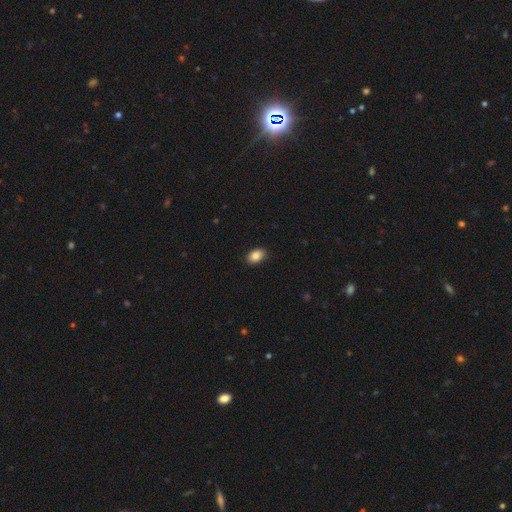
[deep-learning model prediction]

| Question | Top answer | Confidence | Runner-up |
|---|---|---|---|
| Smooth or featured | smooth | 86% | star or artifact (8%) |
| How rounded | in between | 84% | round (15%) |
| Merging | none | 89% | minor disturbance (8%) |